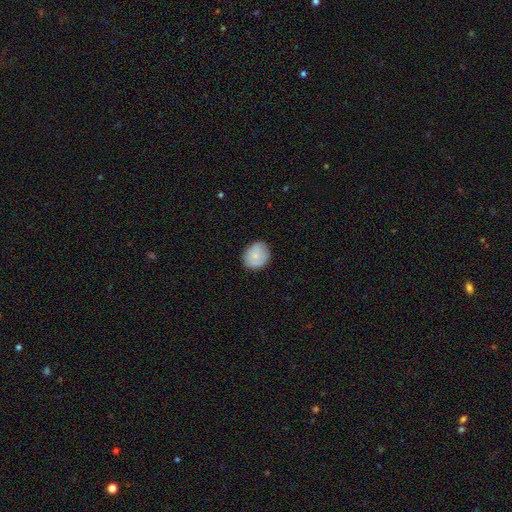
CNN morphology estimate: This appears to be a smooth galaxy with no disk features (78%) that is round (70%). Merging: none (81%).